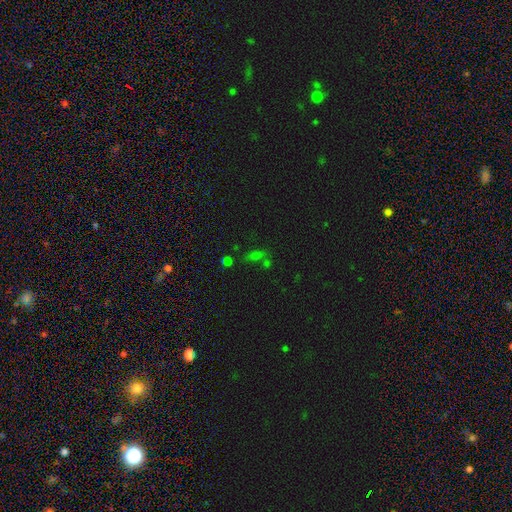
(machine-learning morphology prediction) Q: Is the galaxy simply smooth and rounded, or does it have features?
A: smooth — 48%.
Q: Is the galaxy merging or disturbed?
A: none — 51%.